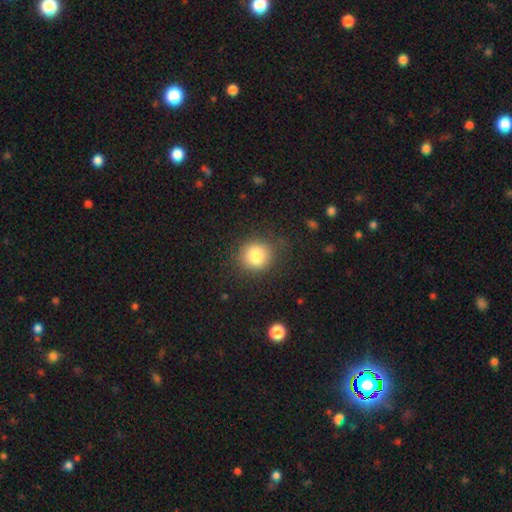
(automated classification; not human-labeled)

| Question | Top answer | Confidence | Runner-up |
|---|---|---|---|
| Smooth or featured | smooth | 83% | star or artifact (10%) |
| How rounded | round | 88% | in between (11%) |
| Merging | none | 85% | minor disturbance (10%) |